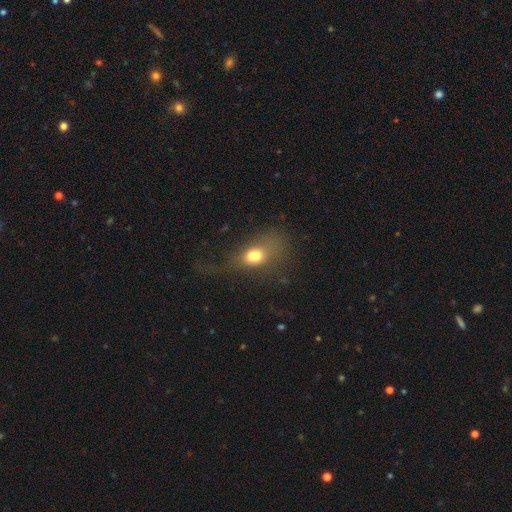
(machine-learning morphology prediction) Overall: smooth (69%). How rounded: in between (74%). Merging: major disturbance (39%; none 34%).